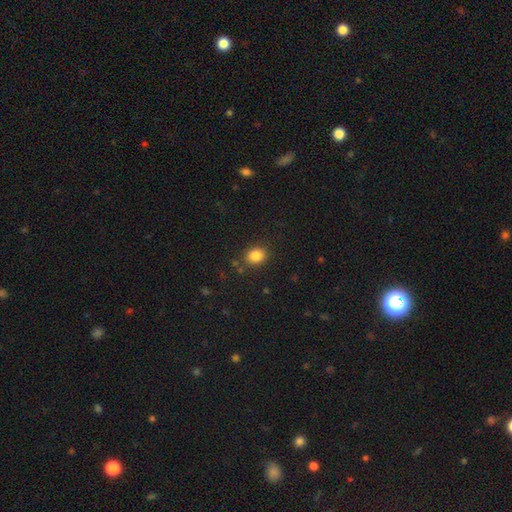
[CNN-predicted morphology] A smooth galaxy with no disk features (85%) that is round (55%).

Vote fractions:
- Smooth or featured? smooth: 85% / star or artifact: 10% / featured or disk: 5%
- How rounded? round: 55% / in between: 44% / cigar-shaped: 1%
- Merging? none: 83% / minor disturbance: 10% / major disturbance: 3% / merger: 3%